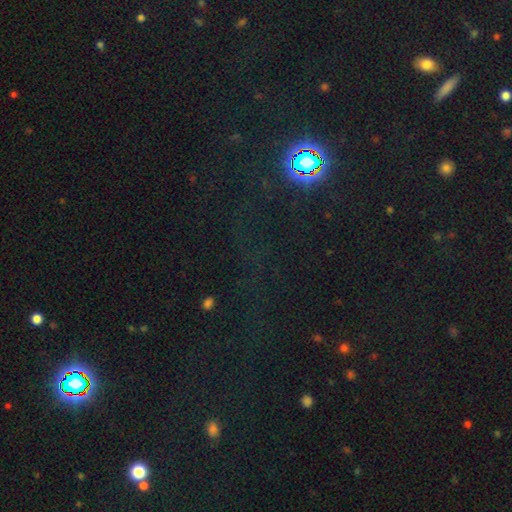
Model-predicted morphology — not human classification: A star or artifact, not a galaxy (77%).

Vote fractions:
- Smooth or featured? star or artifact: 77% / smooth: 15% / featured or disk: 8%